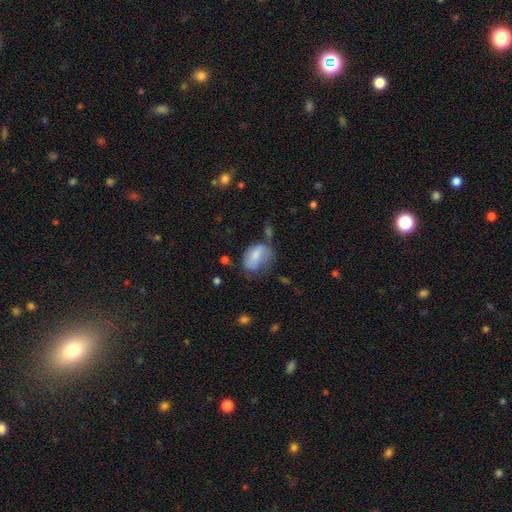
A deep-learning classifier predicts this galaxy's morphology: Smooth or featured? smooth (68%)
How rounded? in between (80%)
Merging? none (33%)